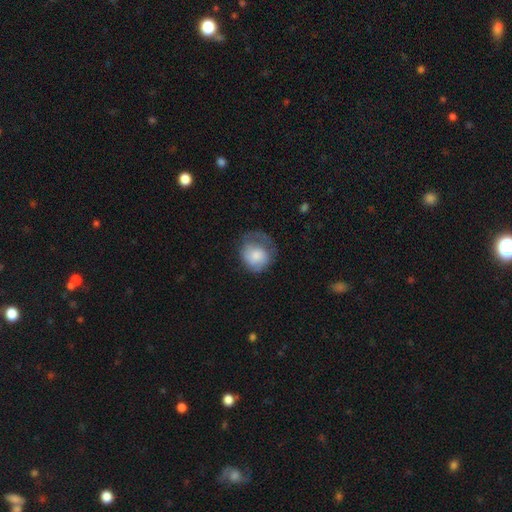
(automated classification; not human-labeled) A smooth galaxy with no disk features (68%) that is round (77%).

Vote fractions:
- Smooth or featured? smooth: 68% / featured or disk: 26% / star or artifact: 7%
- How rounded? round: 77% / in between: 22% / cigar-shaped: 1%
- Merging? none: 38% / major disturbance: 31% / minor disturbance: 29% / merger: 2%